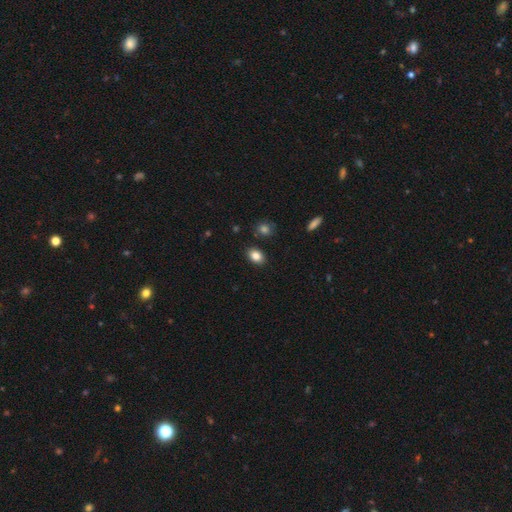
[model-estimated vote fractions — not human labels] Smooth or featured: smooth — 85% (star or artifact — 9%)
How rounded: in between — 77% (round — 22%)
Merging: none — 86% (minor disturbance — 9%)